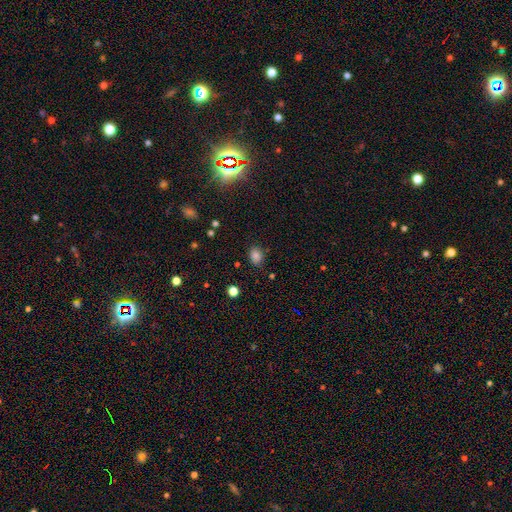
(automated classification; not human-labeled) Smooth or featured? smooth (81%)
How rounded? in between (61%)
Merging? none (82%)